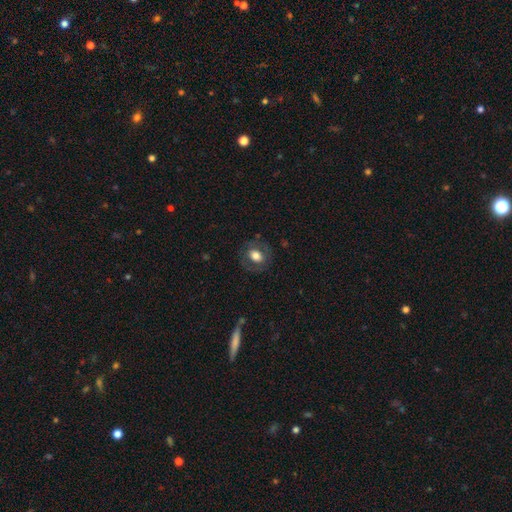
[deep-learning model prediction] This is likely a smooth galaxy (64%). How rounded: possibly round (52%). Merging: likely none (79%).